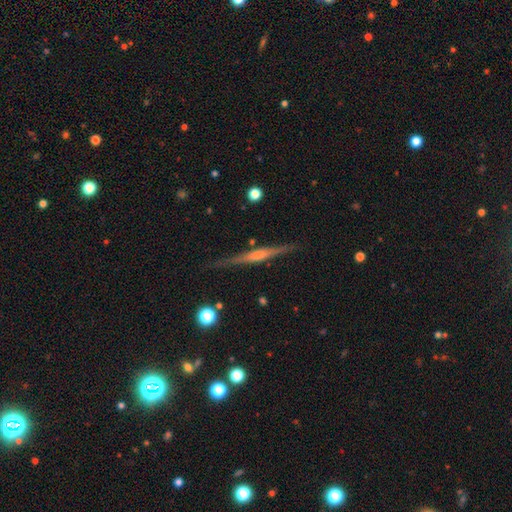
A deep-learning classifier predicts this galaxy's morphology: Q: Smooth or featured?
A: featured or disk (73%); runner-up: smooth (20%)
Q: Edge-on disk?
A: yes (98%); runner-up: no (2%)
Q: Edge-on bulge?
A: rounded (51%); runner-up: none (25%)
Q: Merging?
A: none (87%); runner-up: minor disturbance (10%)